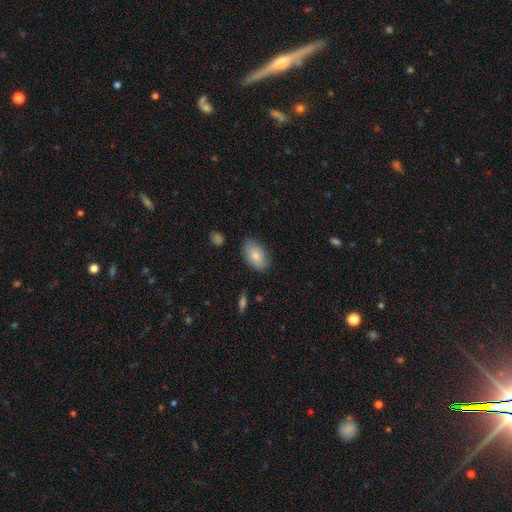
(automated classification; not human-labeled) Smooth or featured? Predicted: smooth (p=0.81). How rounded? Predicted: in between (p=0.92). Merging? Predicted: none (p=0.80).